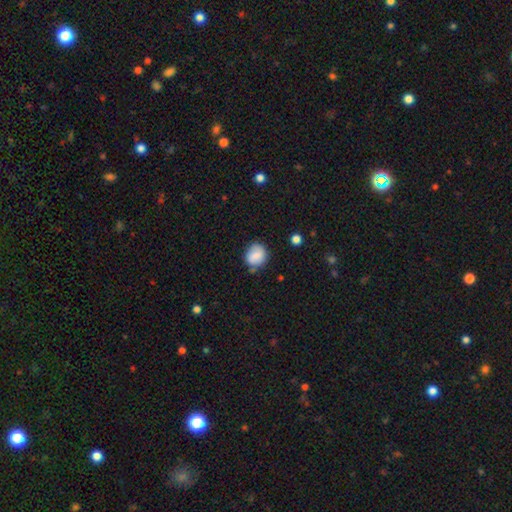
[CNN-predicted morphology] smooth-or-featured: smooth: 76% | featured or disk: 16% | star or artifact: 8%
  how-rounded: round: 73% | in between: 26% | cigar-shaped: 1%
  merging: none: 69% | minor disturbance: 22% | major disturbance: 5% | merger: 4%